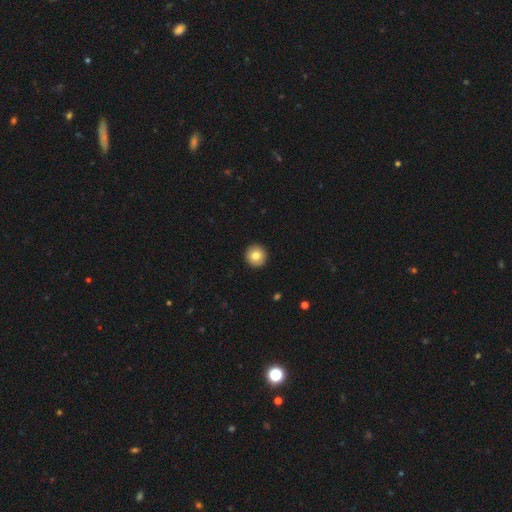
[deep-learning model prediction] This is clearly a smooth galaxy (83%). How rounded: clearly round (95%). Merging: clearly none (94%).